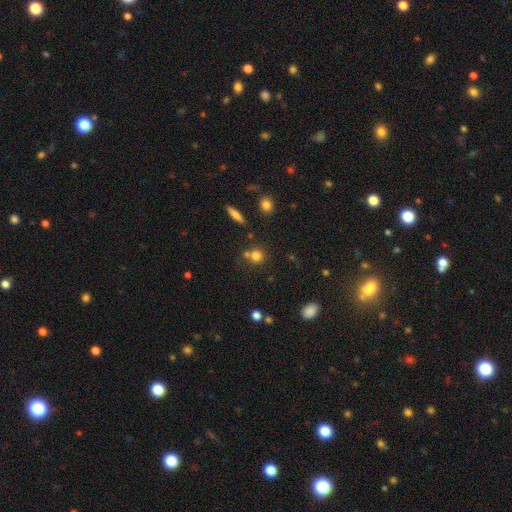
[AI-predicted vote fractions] This is likely a smooth galaxy (78%). How rounded: clearly round (87%). Merging: likely none (64%).